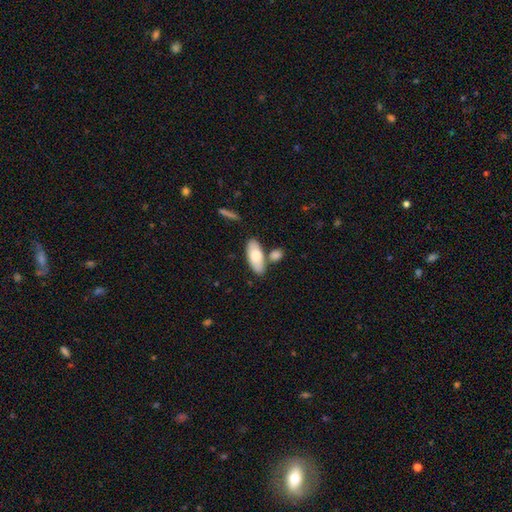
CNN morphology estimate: Smooth or featured? smooth (73%)
How rounded? in between (85%)
Merging? none (71%)